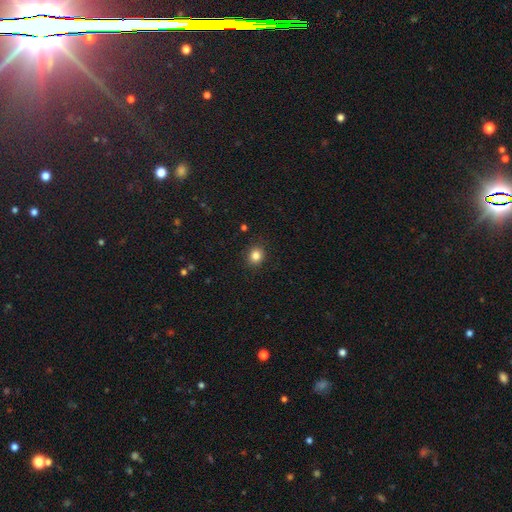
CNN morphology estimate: Smooth or featured: smooth — 84% (star or artifact — 11%)
How rounded: round — 74% (in between — 25%)
Merging: none — 90% (minor disturbance — 7%)